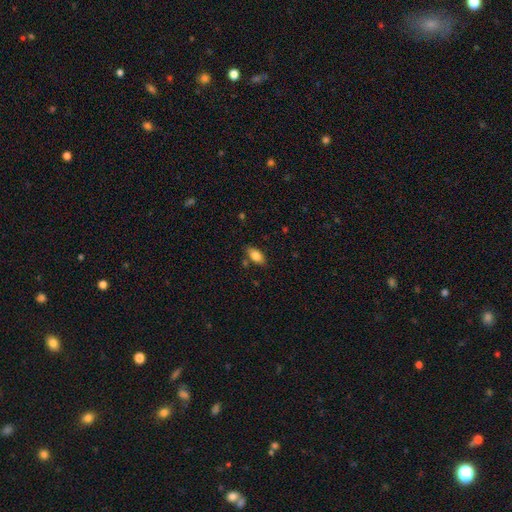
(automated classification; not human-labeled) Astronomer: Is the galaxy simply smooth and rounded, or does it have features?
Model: smooth — 82%.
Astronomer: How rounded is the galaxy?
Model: in between — 90%.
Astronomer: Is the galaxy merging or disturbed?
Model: none — 78%.